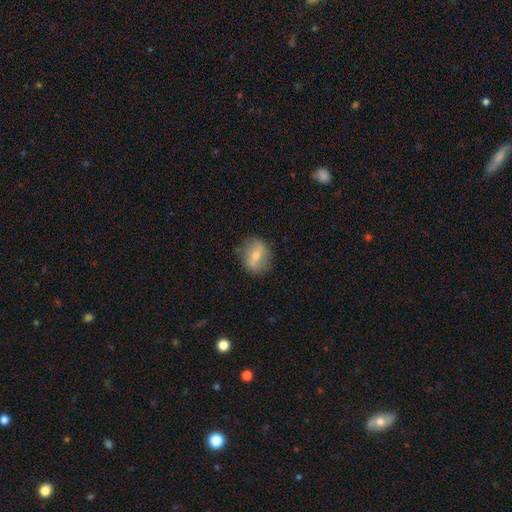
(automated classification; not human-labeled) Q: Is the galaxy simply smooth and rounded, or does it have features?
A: smooth — 55%.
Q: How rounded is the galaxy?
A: round — 58%.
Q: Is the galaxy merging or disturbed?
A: none — 81%.